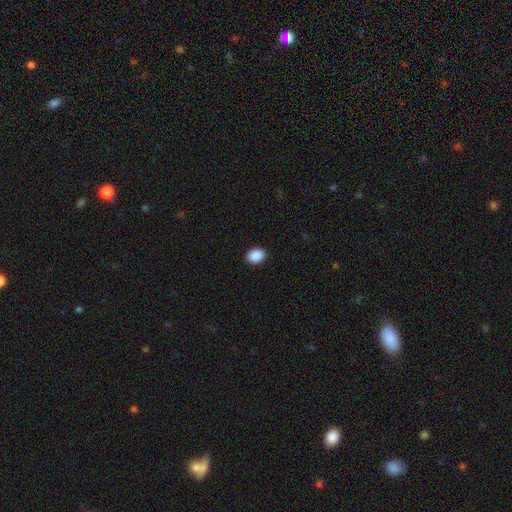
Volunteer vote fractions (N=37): Overall: smooth (95%). How rounded: in between (66%; round 34%). Merging: none (97%).